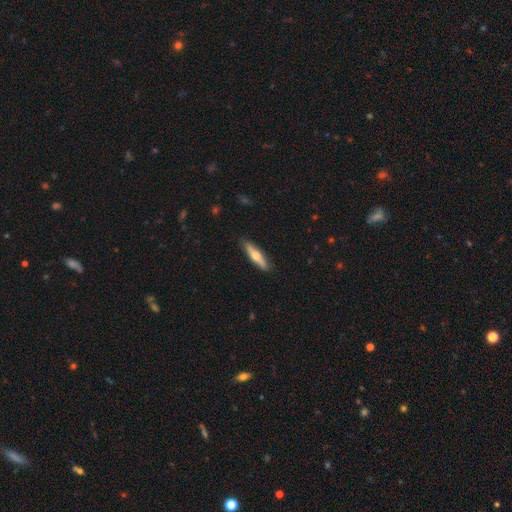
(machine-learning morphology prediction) A featured or disk galaxy (51%) viewed edge-on (92%).

Vote fractions:
- Smooth or featured? featured or disk: 51% / smooth: 43% / star or artifact: 5%
- Edge-on disk? yes: 92% / no: 8%
- Merging? none: 88% / minor disturbance: 9% / major disturbance: 2% / merger: 1%